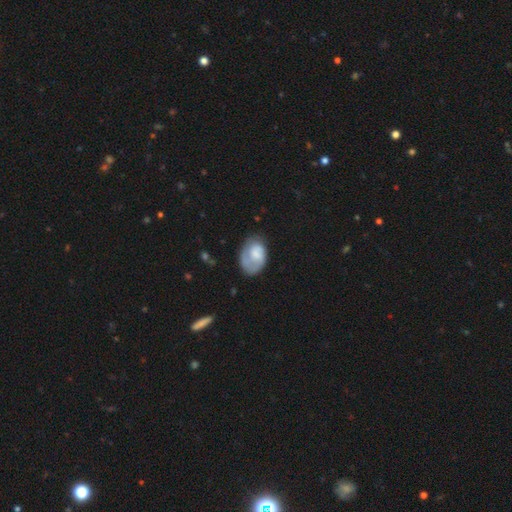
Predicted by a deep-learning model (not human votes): Smooth or featured? Predicted: smooth (p=0.52). How rounded? Predicted: in between (p=0.82). Merging? Predicted: none (p=0.53).